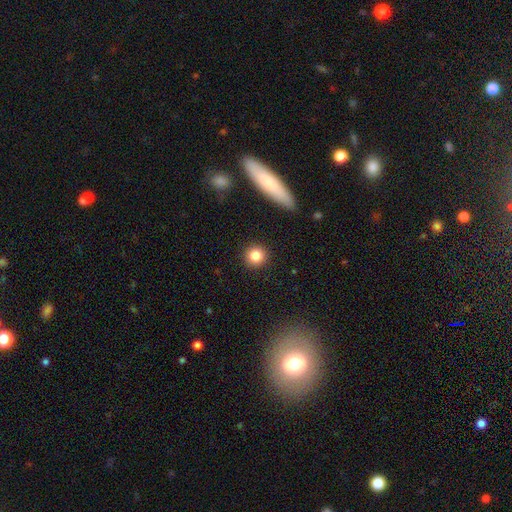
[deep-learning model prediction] Morphology: type=smooth (85%); roundness=round (93%); merging=none (91%).